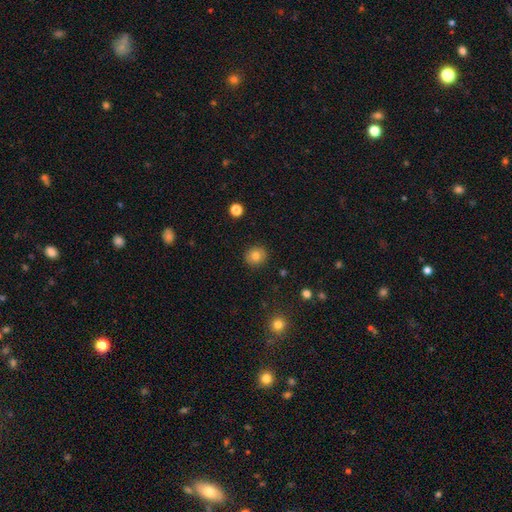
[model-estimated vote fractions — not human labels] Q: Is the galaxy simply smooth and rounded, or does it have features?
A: smooth — 80%.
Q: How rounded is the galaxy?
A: round — 86%.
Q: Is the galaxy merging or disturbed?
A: none — 90%.